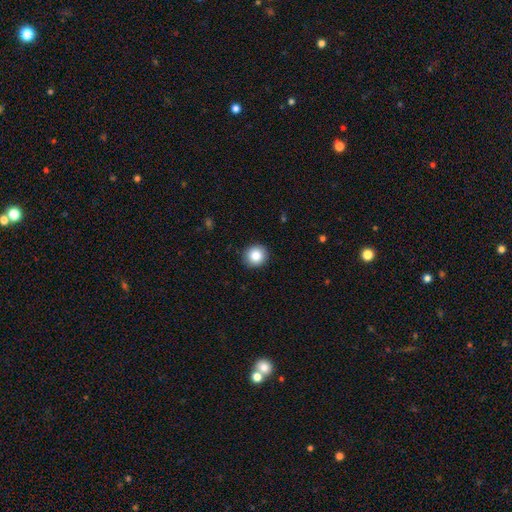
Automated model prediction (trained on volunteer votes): The model was most divided on "smooth or featured": smooth: 85%, star or artifact: 9%, featured or disk: 5%. More confident: how rounded — round (92%); merging — none (92%).